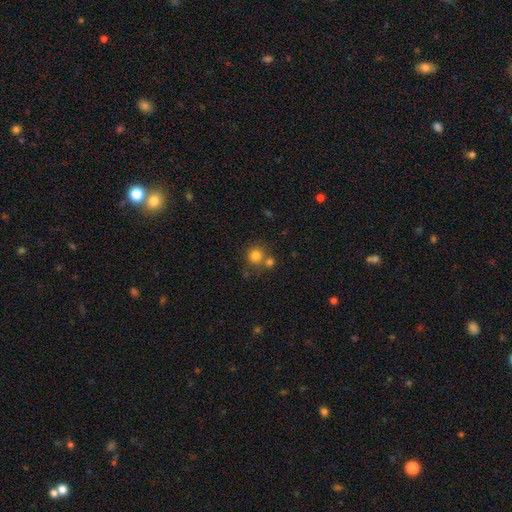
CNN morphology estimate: smooth_or_featured: smooth (p=0.79) [alt: star or artifact p=0.13]
how_rounded: round (p=0.91) [alt: in between p=0.08]
merging: none (p=0.60) [alt: merger p=0.28]